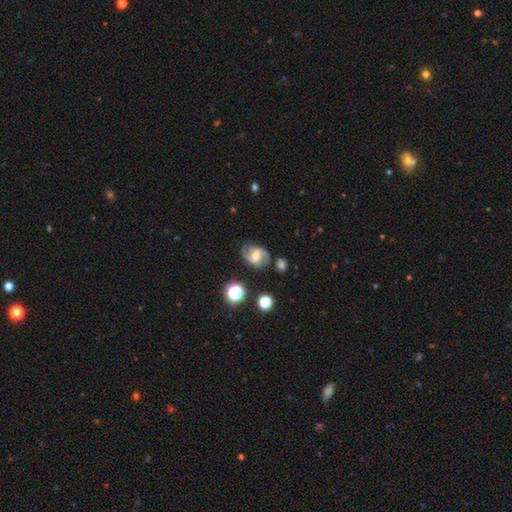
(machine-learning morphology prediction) The model was most divided on "bulge size": moderate: 37%, small: 27%, none: 18%, large: 15%, dominant: 2%. Remaining: edge-on disk — no (97%); spiral arms — yes (93%); spiral arm count — 2 (88%); smooth or featured — featured or disk (73%); merging — none (72%); bar — weak (50%); spiral winding — medium (49%).